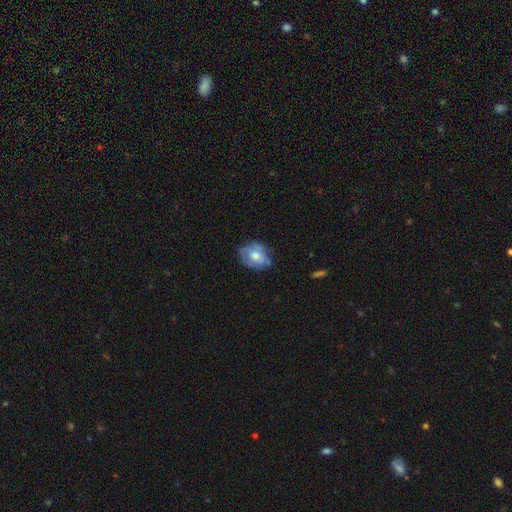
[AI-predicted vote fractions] Smooth or featured?
  - smooth: 48% *
  - featured or disk: 45%
  - star or artifact: 7%
Merging?
  - none: 56% *
  - minor disturbance: 30%
  - major disturbance: 11%
  - merger: 3%